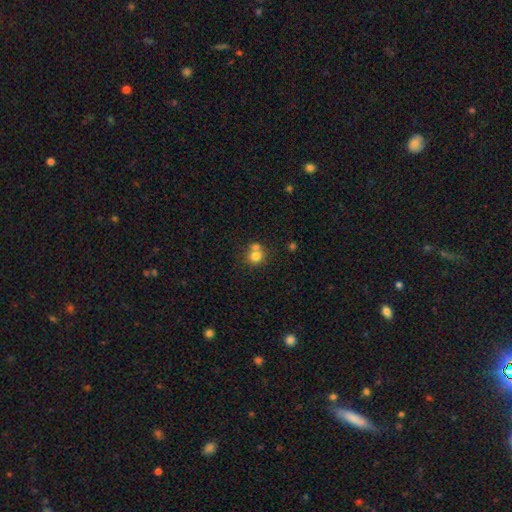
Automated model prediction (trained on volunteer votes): smooth_or_featured: smooth (p=0.76) [alt: featured or disk p=0.12]
how_rounded: round (p=0.83) [alt: in between p=0.16]
merging: none (p=0.47) [alt: merger p=0.41]